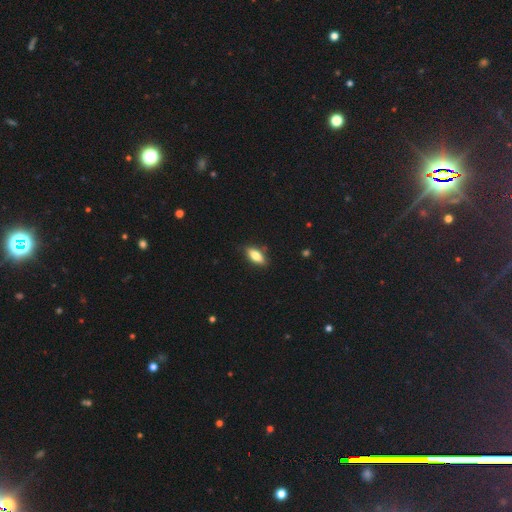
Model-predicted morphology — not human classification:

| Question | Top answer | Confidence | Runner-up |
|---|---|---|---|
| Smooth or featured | smooth | 77% | featured or disk (16%) |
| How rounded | in between | 79% | cigar-shaped (18%) |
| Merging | none | 85% | minor disturbance (12%) |